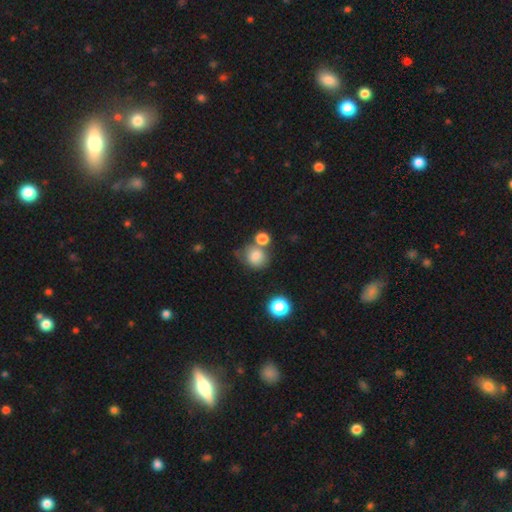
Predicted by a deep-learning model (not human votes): A smooth galaxy with no disk features (80%) that is round (77%).

Vote fractions:
- Smooth or featured? smooth: 80% / star or artifact: 11% / featured or disk: 9%
- How rounded? round: 77% / in between: 22% / cigar-shaped: 1%
- Merging? none: 51% / merger: 27% / minor disturbance: 15% / major disturbance: 6%